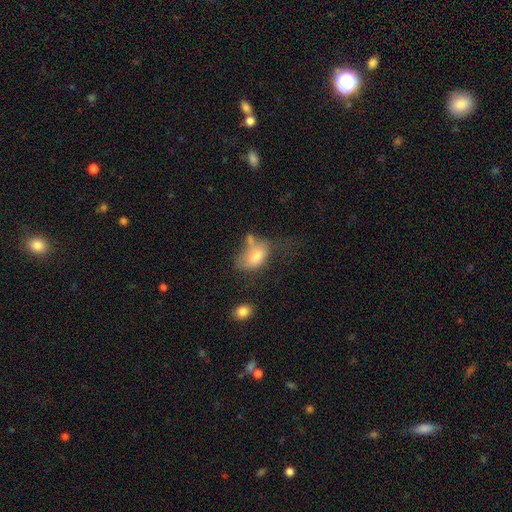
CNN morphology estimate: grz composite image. It shows a smooth galaxy with no disk features (69%) that is in between round and cigar-shaped (85%). Merging: none (28%, tied with major disturbance).